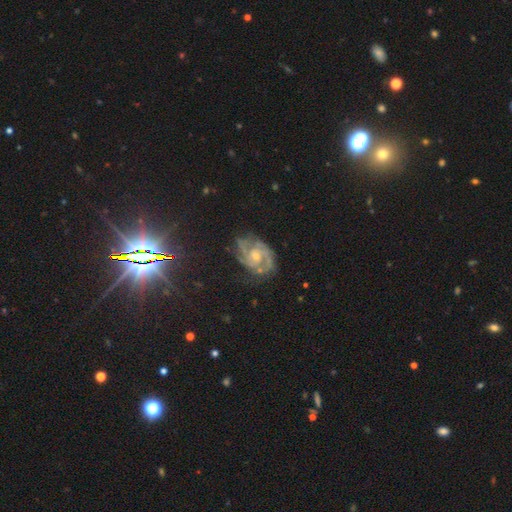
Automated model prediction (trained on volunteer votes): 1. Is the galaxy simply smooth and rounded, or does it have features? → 79% featured or disk, 13% star or artifact, 8% smooth.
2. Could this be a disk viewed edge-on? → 97% no, 3% yes.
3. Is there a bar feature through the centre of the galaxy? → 67% no, 27% weak, 6% strong.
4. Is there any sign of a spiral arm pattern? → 95% yes, 5% no.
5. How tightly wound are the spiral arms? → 51% tight, 40% medium, 9% loose.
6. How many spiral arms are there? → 32% 2, 26% 3, 22% can't tell, 8% 4, 6% 1, 6% more than 4.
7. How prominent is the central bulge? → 49% small, 46% moderate, 3% none, 2% large, 1% dominant.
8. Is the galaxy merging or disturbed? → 72% none, 19% minor disturbance, 8% major disturbance, 2% merger.